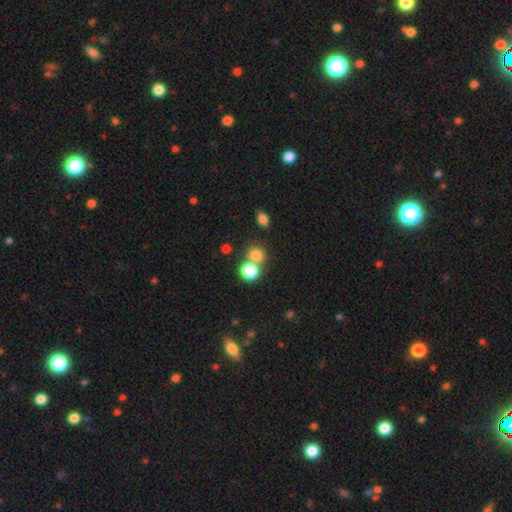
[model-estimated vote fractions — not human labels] This is likely a smooth galaxy (77%). How rounded: clearly round (84%). Merging: possibly none (56%).